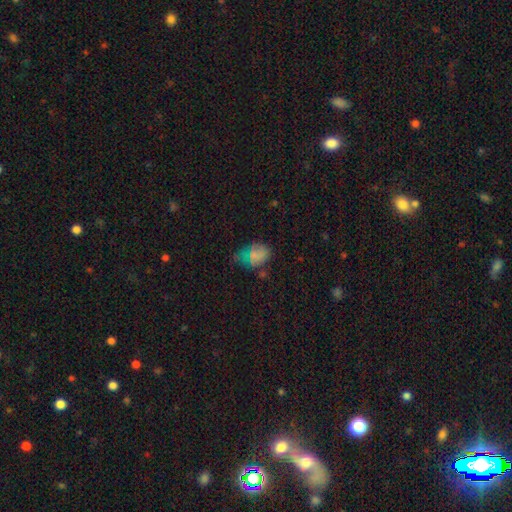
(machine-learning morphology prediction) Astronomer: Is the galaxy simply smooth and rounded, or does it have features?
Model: smooth — 67%.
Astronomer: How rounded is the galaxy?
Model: in between — 80%.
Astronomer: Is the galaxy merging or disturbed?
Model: minor disturbance — 35%, tied with none at 35%.